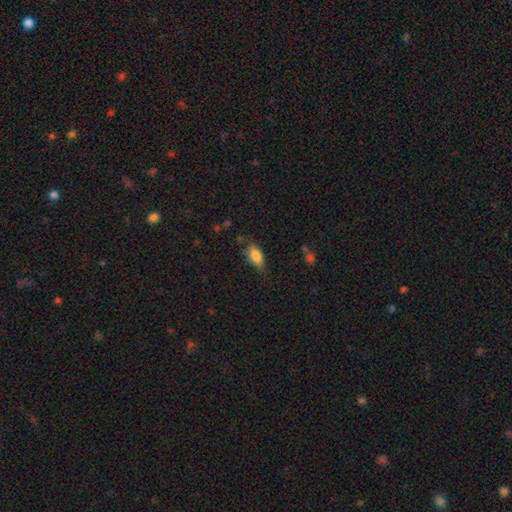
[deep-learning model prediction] A smooth galaxy with no disk features (78%) that is in between round and cigar-shaped (82%). Merging: none (59%).